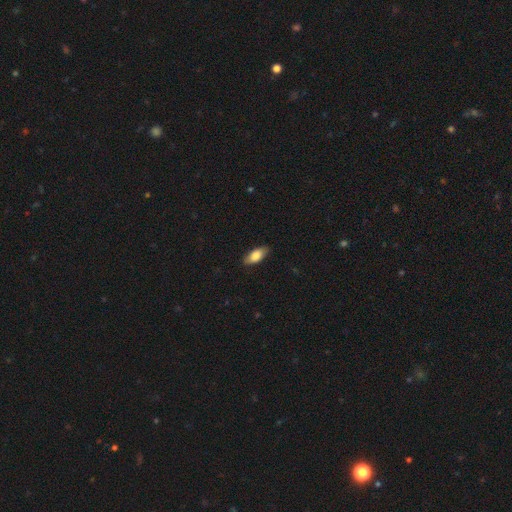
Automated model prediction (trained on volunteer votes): The model was most divided on "smooth or featured": smooth: 82%, featured or disk: 12%, star or artifact: 6%. More confident: how rounded — in between (87%); merging — none (85%).